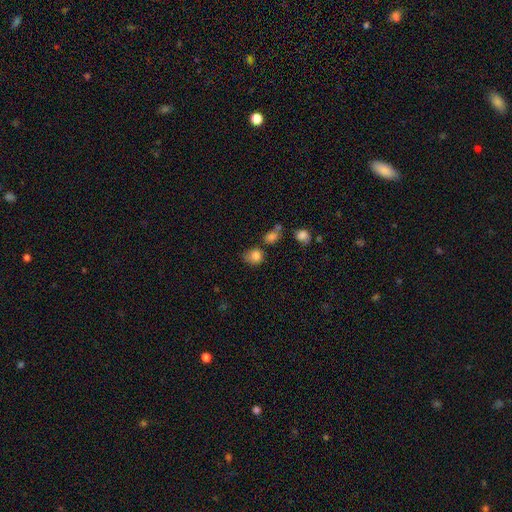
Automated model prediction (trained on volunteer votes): Morphology: type=smooth (81%); roundness=round (62%); merging=none (47%).